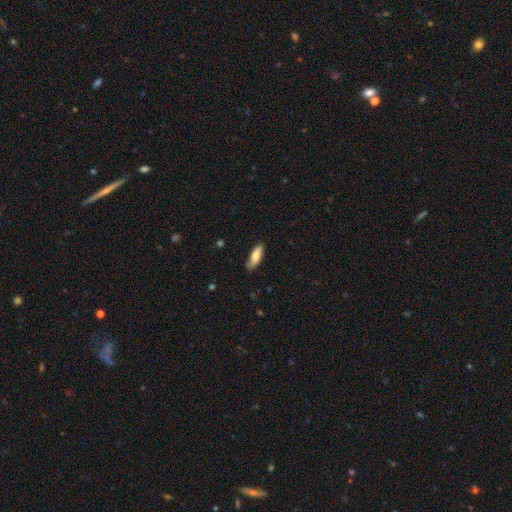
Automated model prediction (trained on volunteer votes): The model was most divided on "how rounded": in between: 67%, cigar-shaped: 31%, round: 2%. More confident: smooth or featured — smooth (79%); merging — none (76%).